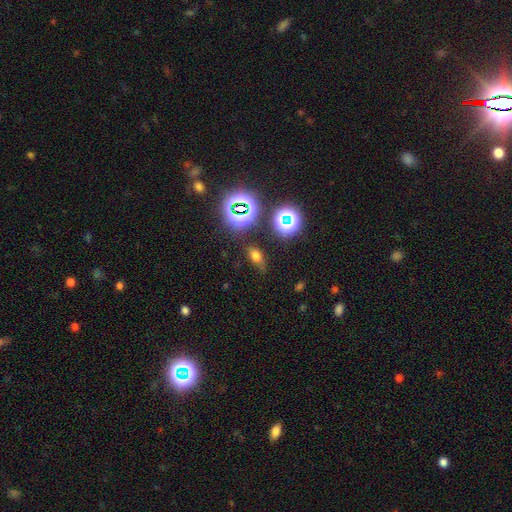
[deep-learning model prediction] The model was most divided on "smooth or featured": smooth: 62%, star or artifact: 28%, featured or disk: 10%. More confident: how rounded — in between (78%); merging — none (71%).